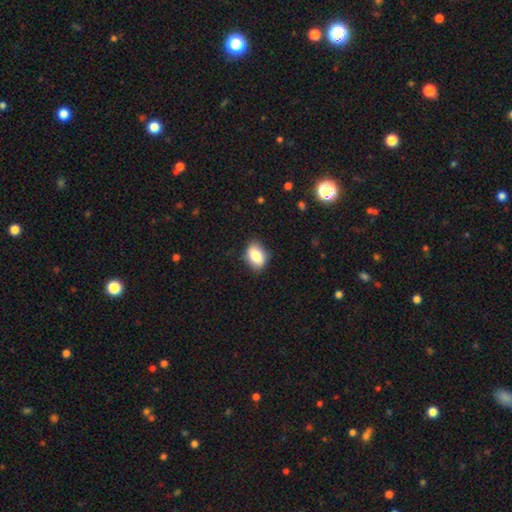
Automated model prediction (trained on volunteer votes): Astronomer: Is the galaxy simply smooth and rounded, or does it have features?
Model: smooth — 81%.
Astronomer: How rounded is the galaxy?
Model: in between — 79%.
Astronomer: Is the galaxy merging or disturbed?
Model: none — 81%.